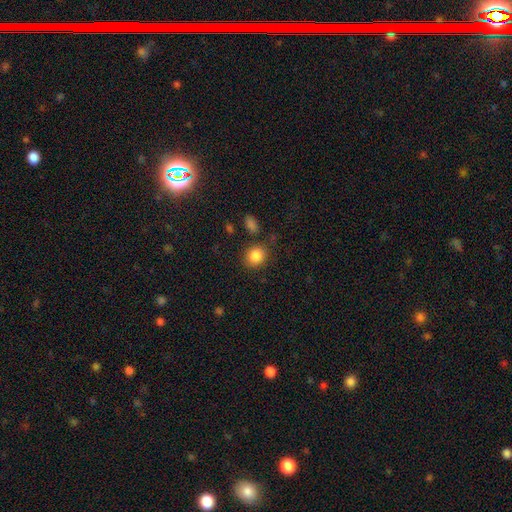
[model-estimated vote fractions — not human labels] The model was most divided on "how rounded": round: 73%, in between: 26%, cigar-shaped: 1%. More confident: smooth or featured — smooth (86%); merging — none (81%).